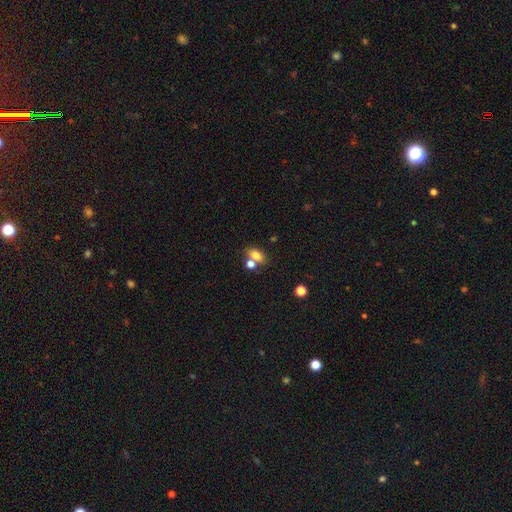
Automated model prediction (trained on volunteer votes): smooth_or_featured: smooth (p=0.76) [alt: featured or disk p=0.12]
how_rounded: in between (p=0.80) [alt: round p=0.15]
merging: none (p=0.52) [alt: merger p=0.32]